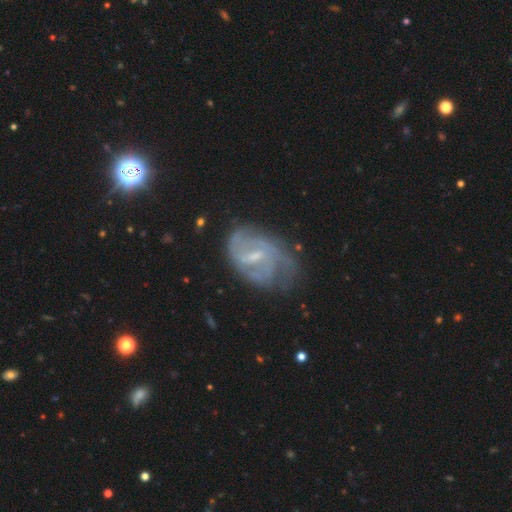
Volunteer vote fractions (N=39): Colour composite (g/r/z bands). It shows a featured or disk galaxy (90%) with a weak bar (61%), 3 (50%) tight (60%) spiral arms (91%) and a small central bulge (45%). Merging: none (47%).